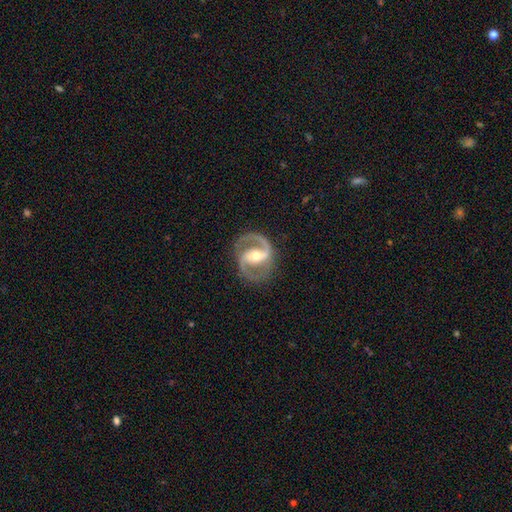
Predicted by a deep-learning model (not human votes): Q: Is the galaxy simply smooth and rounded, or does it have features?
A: featured or disk — 92%.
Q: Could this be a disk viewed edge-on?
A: no — 98%.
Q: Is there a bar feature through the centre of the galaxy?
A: strong — 43%.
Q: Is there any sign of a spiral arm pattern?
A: yes — 98%.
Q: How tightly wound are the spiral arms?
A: medium — 63%.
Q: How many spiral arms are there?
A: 2 — 93%.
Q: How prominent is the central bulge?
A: moderate — 63%.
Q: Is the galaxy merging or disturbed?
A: none — 84%.